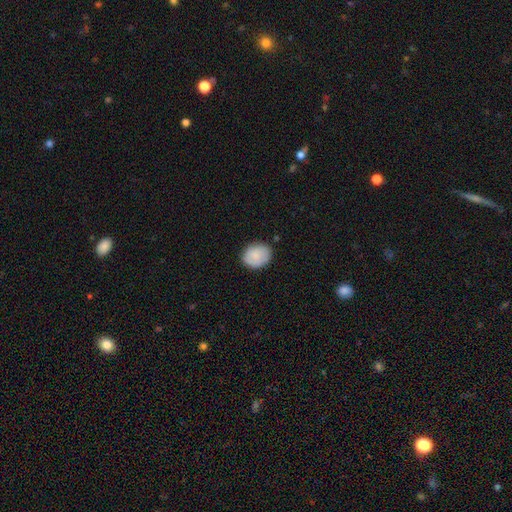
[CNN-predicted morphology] A smooth galaxy with no disk features (83%) that is round (58%). Merging: none (81%).